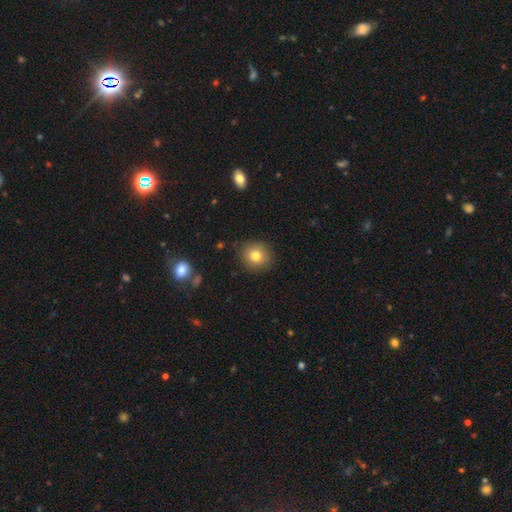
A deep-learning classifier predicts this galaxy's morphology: smooth-or-featured: smooth: 79% | star or artifact: 11% | featured or disk: 10%
  how-rounded: round: 89% | in between: 10% | cigar-shaped: 1%
  merging: none: 89% | minor disturbance: 8% | major disturbance: 2% | merger: 1%